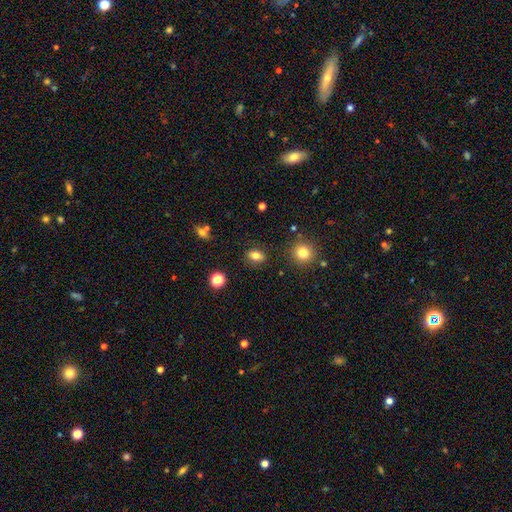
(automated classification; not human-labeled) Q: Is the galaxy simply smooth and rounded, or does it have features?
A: smooth — 77%.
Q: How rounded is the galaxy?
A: in between — 70%.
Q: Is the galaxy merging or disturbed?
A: none — 85%.